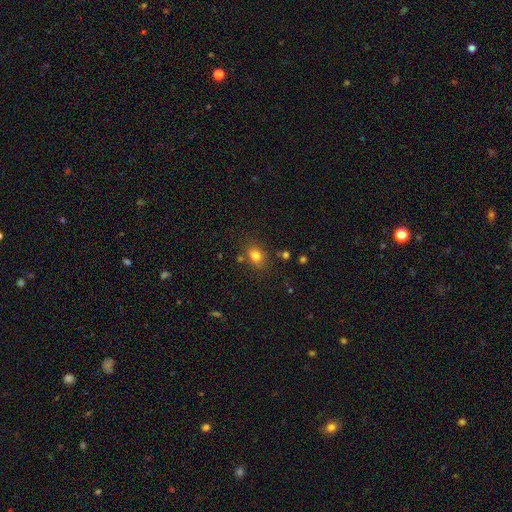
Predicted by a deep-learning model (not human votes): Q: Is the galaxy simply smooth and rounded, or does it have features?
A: smooth — 78%.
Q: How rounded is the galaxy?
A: in between — 54%.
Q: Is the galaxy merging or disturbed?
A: none — 76%.